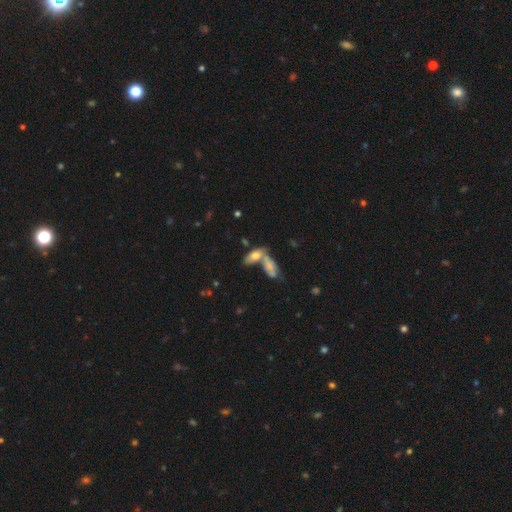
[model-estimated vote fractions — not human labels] Overall: smooth (68%). How rounded: in between (81%). Merging: merger (57%; none 30%).